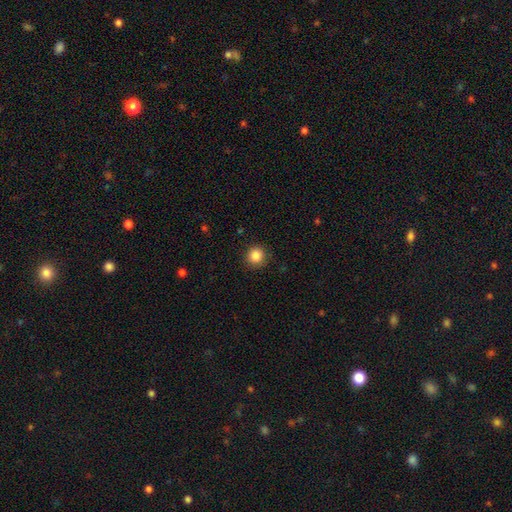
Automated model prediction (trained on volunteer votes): The model was most divided on "smooth or featured": smooth: 86%, star or artifact: 10%, featured or disk: 4%. More confident: how rounded — round (93%); merging — none (90%).